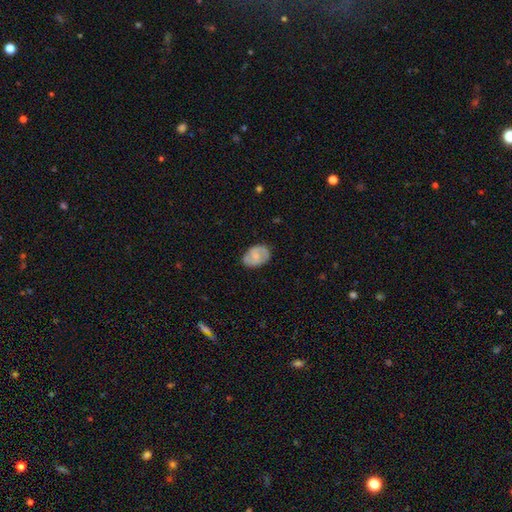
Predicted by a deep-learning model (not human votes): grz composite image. It shows a featured or disk galaxy (51%). Merging: none (76%).